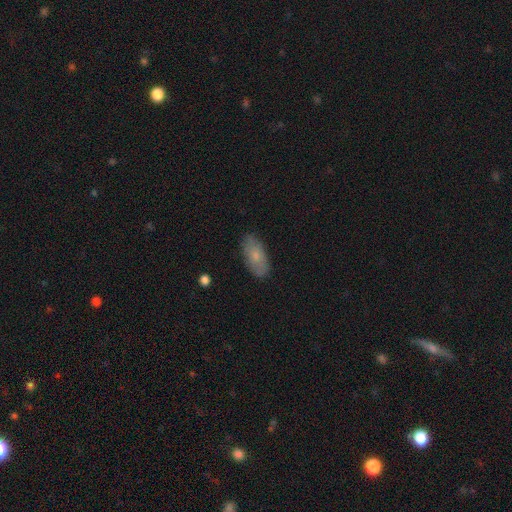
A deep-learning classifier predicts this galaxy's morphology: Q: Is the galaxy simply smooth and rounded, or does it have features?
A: smooth — 72%.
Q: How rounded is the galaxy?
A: in between — 89%.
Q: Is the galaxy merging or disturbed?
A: none — 82%.